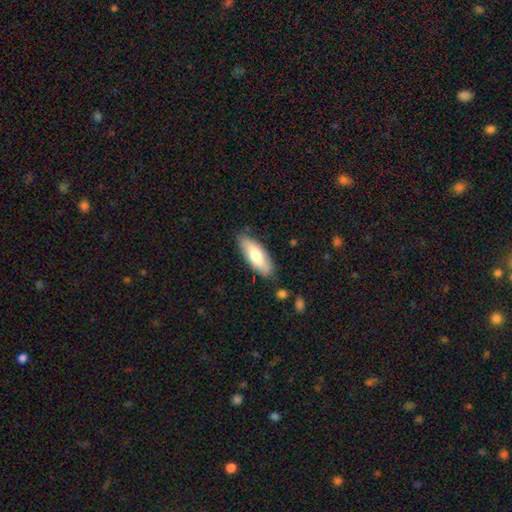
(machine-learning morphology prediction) smooth_or_featured: smooth (p=0.70) [alt: featured or disk p=0.25]
how_rounded: in between (p=0.65) [alt: cigar-shaped p=0.33]
merging: none (p=0.83) [alt: minor disturbance p=0.13]